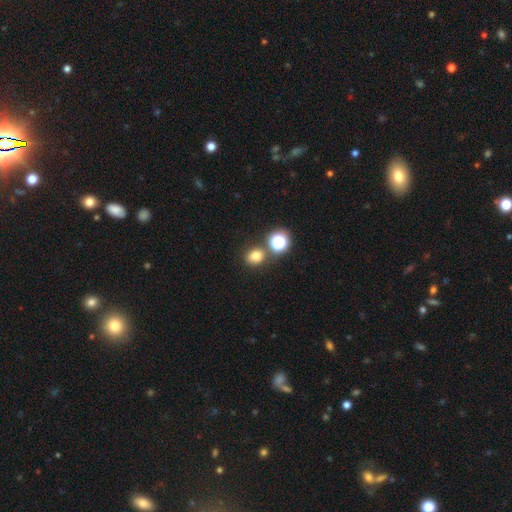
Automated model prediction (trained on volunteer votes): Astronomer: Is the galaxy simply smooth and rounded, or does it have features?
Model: smooth — 73%.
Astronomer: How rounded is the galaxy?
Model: round — 65%.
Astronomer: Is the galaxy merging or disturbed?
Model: none — 74%.